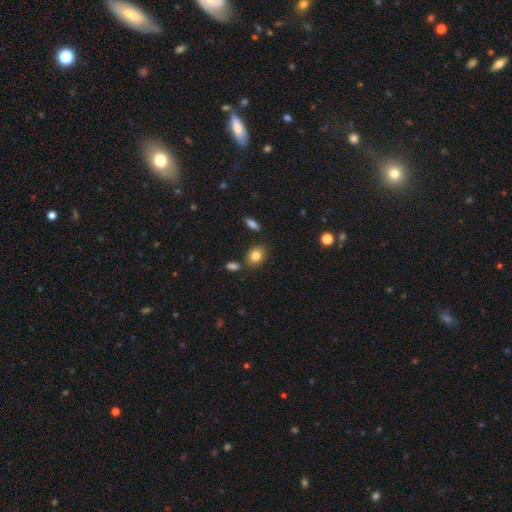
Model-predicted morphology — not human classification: A smooth galaxy with no disk features (83%) that is in between round and cigar-shaped (66%). Merging: none (79%).